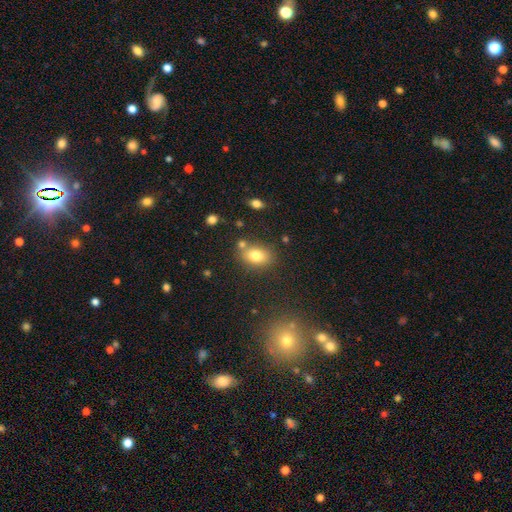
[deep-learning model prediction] smooth-or-featured: smooth: 78% | featured or disk: 11% | star or artifact: 10%
  how-rounded: in between: 75% | round: 23% | cigar-shaped: 2%
  merging: none: 70% | minor disturbance: 14% | merger: 12% | major disturbance: 4%